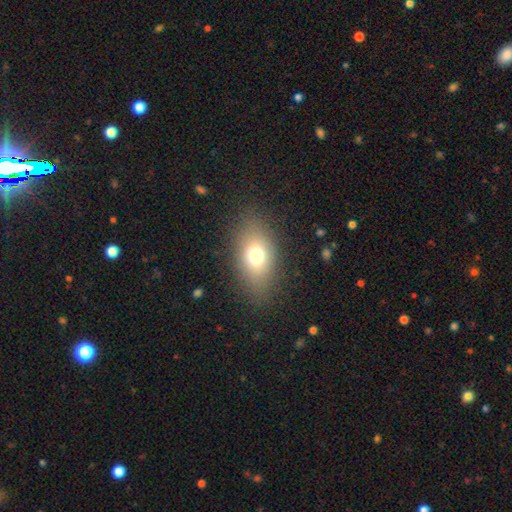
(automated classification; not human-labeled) A smooth galaxy with no disk features (71%) that is in between round and cigar-shaped (80%). Merging: none (83%).